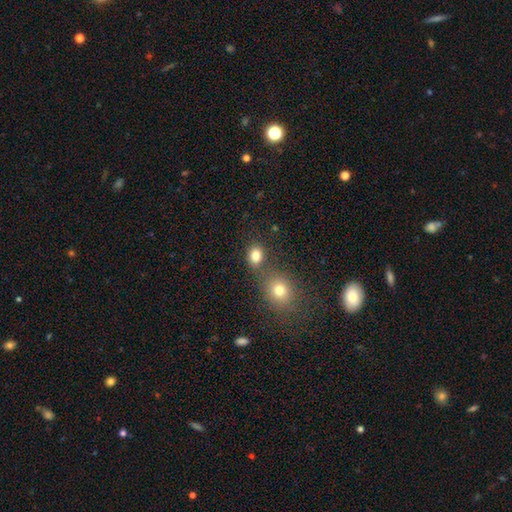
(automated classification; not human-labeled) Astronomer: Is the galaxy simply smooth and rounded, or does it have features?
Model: smooth — 82%.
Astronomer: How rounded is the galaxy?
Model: round — 54% (runner-up: in between, 45%).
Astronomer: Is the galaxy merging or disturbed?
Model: none — 61%.